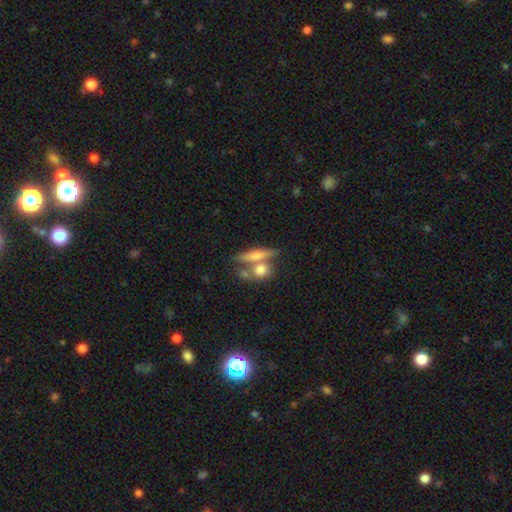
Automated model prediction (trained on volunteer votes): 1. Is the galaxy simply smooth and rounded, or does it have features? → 64% smooth, 28% featured or disk, 9% star or artifact.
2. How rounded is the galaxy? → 49% cigar-shaped, 34% in between, 17% round.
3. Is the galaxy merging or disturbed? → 48% none, 35% merger, 11% minor disturbance, 6% major disturbance.